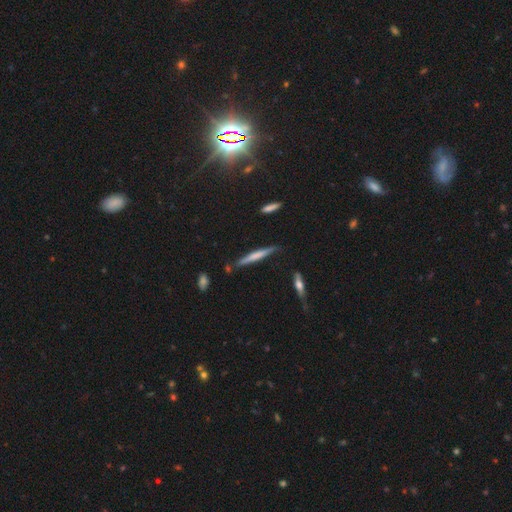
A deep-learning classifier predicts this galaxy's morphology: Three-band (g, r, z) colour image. It shows a smooth galaxy with no disk features (52%) that is cigar-shaped (94%). Merging: none (79%).